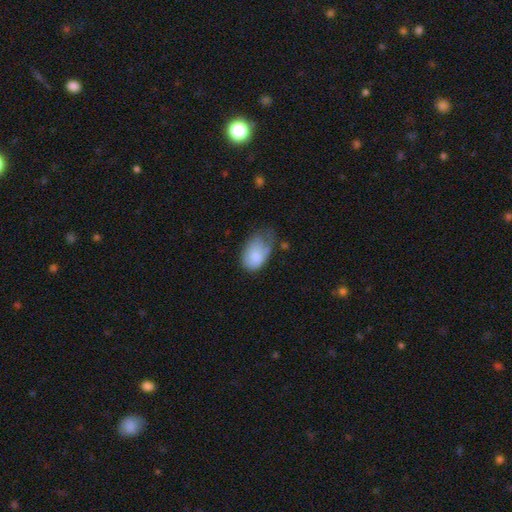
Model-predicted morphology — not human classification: Smooth or featured: smooth — 77% (featured or disk — 16%)
How rounded: in between — 86% (round — 13%)
Merging: minor disturbance — 40% (major disturbance — 33%)